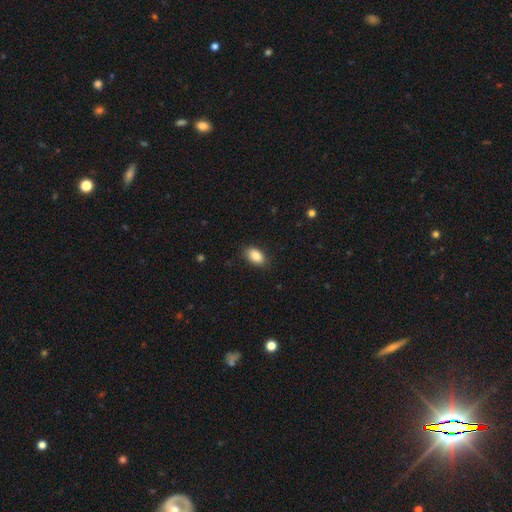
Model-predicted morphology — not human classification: Smooth or featured: smooth — 87% (star or artifact — 7%)
How rounded: in between — 91% (round — 8%)
Merging: none — 87% (minor disturbance — 10%)